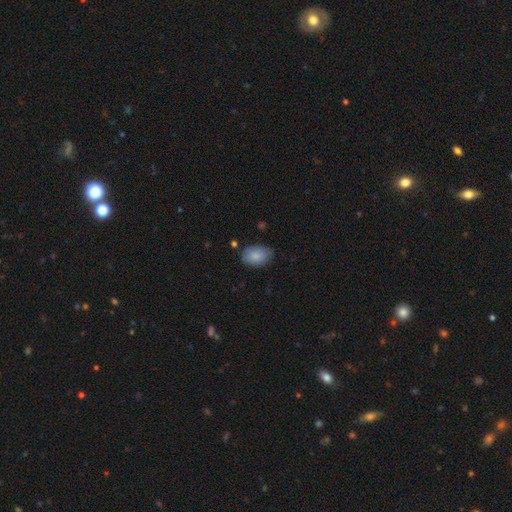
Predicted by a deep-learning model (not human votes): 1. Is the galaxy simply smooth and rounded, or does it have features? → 85% smooth, 8% featured or disk, 7% star or artifact.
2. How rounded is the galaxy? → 85% in between, 14% round, 1% cigar-shaped.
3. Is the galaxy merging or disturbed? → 71% none, 23% minor disturbance, 4% major disturbance, 2% merger.